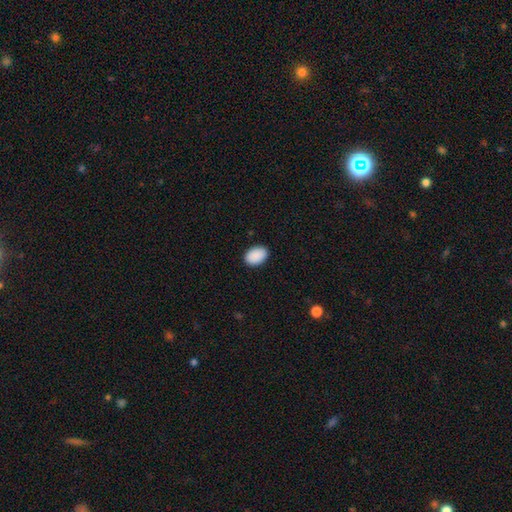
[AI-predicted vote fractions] A smooth galaxy with no disk features (91%) that is in between round and cigar-shaped (87%). Merging: none (89%).